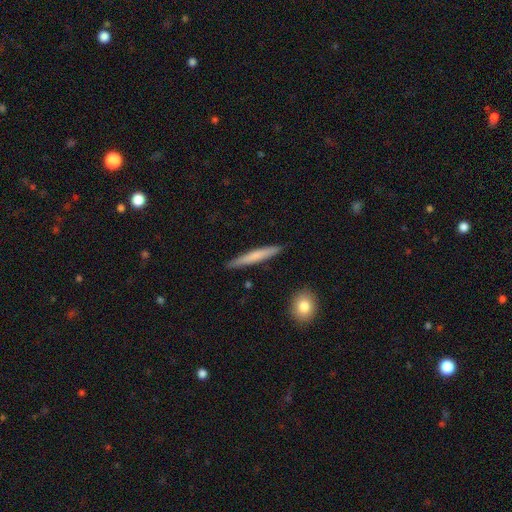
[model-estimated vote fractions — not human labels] This appears to be a smooth galaxy with no disk features (64%) that is cigar-shaped (95%). Merging: none (89%).